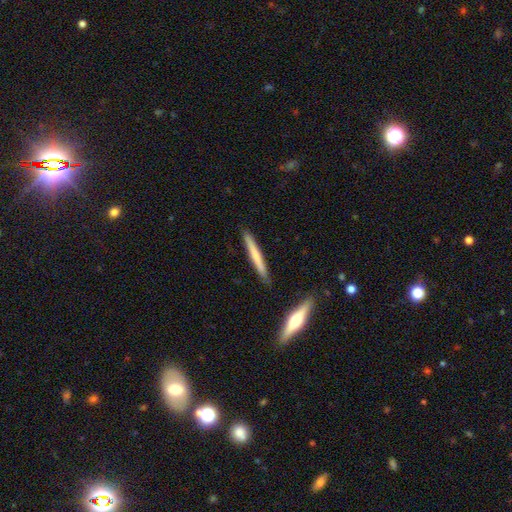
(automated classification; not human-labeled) Smooth or featured?
  - smooth: 54% *
  - featured or disk: 41%
  - star or artifact: 5%
How rounded?
  - cigar-shaped: 96% *
  - in between: 3%
  - round: 1%
Merging?
  - none: 88% *
  - minor disturbance: 8%
  - merger: 2%
  - major disturbance: 1%